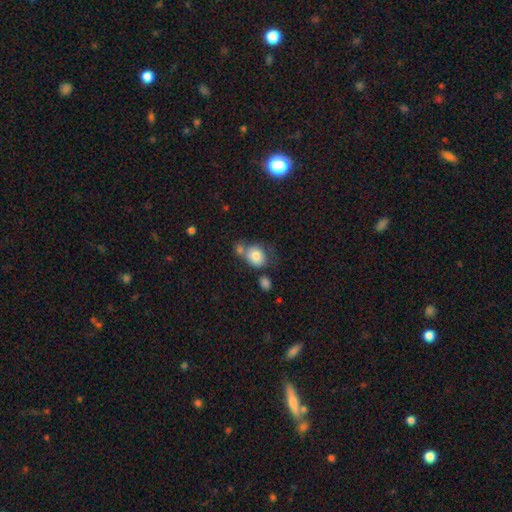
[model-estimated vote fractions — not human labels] Smooth or featured? Predicted: smooth (p=0.78). How rounded? Predicted: round (p=0.56). Merging? Predicted: none (p=0.42).